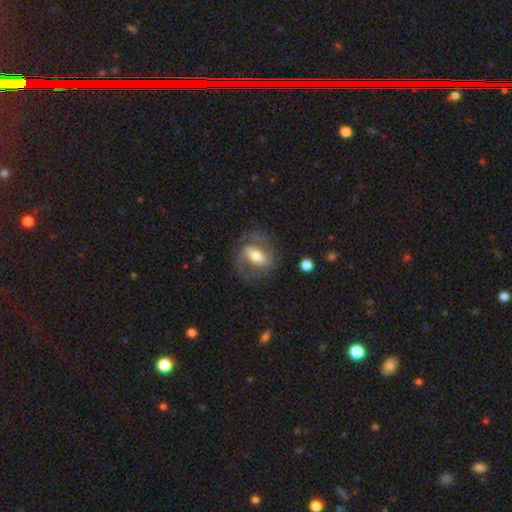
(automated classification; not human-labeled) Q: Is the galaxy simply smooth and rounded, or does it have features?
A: featured or disk — 76%.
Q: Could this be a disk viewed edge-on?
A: no — 95%.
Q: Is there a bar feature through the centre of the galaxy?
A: strong — 46%.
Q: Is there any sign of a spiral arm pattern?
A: yes — 85%.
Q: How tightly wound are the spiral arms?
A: medium — 52%.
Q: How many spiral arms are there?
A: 2 — 83%.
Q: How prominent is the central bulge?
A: moderate — 66%.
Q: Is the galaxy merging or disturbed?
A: none — 69%.